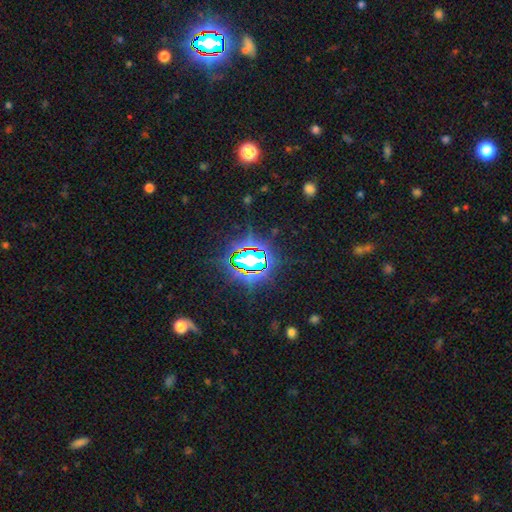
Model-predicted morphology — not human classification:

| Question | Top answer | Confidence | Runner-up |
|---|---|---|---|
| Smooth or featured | star or artifact | 79% | smooth (12%) |